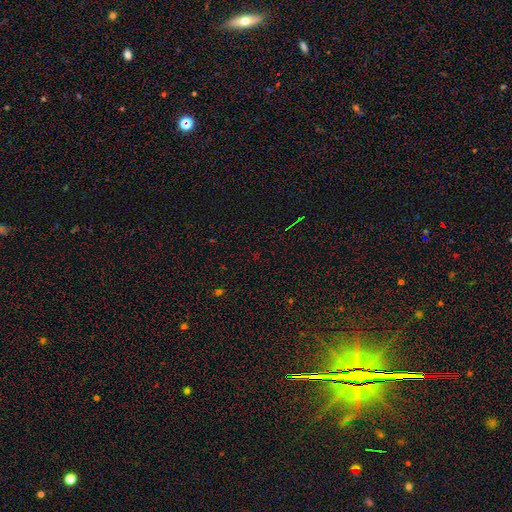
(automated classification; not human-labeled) A star or artifact, not a galaxy (73%).

Vote fractions:
- Smooth or featured? star or artifact: 73% / smooth: 19% / featured or disk: 8%